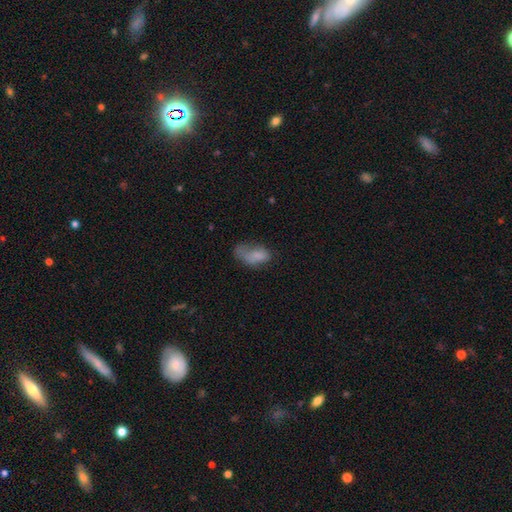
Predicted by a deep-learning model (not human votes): A smooth galaxy with no disk features (69%) that is in between round and cigar-shaped (92%).

Vote fractions:
- Smooth or featured? smooth: 69% / featured or disk: 21% / star or artifact: 10%
- How rounded? in between: 92% / round: 5% / cigar-shaped: 3%
- Merging? major disturbance: 38% / minor disturbance: 29% / none: 28% / merger: 5%